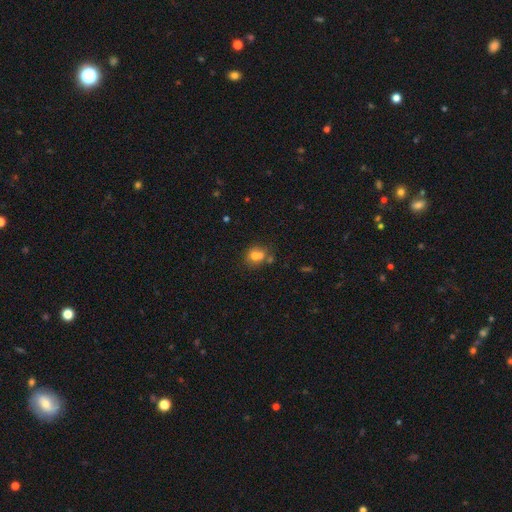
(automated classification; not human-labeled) smooth_or_featured: smooth (p=0.65) [alt: featured or disk p=0.20]
how_rounded: round (p=0.70) [alt: in between p=0.29]
merging: merger (p=0.48) [alt: none p=0.38]